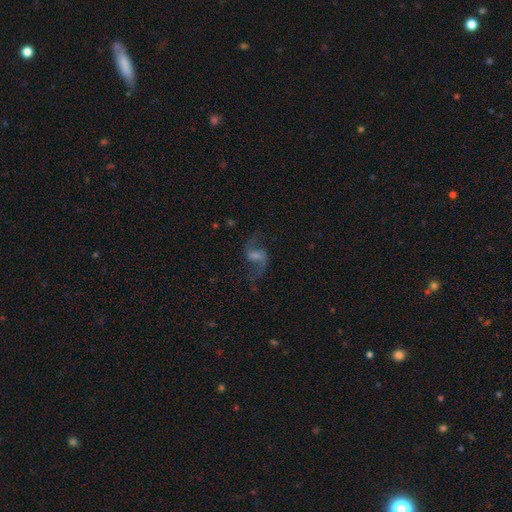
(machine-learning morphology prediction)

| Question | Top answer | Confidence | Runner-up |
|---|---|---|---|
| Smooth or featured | featured or disk | 83% | star or artifact (9%) |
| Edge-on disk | no | 97% | yes (3%) |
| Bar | weak | 53% | no (25%) |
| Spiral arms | yes | 96% | no (4%) |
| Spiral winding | loose | 71% | medium (25%) |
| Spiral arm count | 2 | 92% | 1 (2%) |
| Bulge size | small | 37% | moderate (31%) |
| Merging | none | 75% | minor disturbance (13%) |